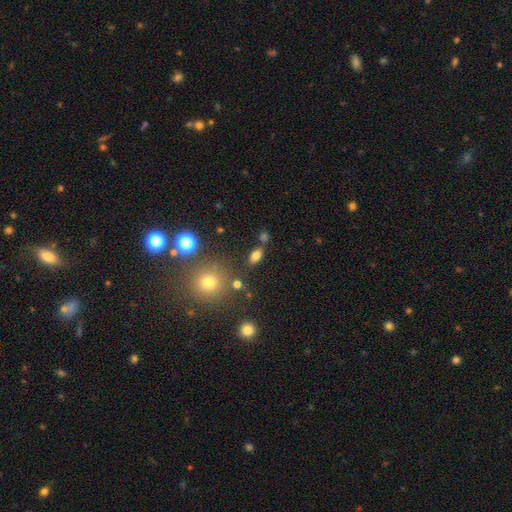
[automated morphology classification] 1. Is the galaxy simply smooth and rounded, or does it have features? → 77% smooth, 13% star or artifact, 10% featured or disk.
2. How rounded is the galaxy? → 85% in between, 9% round, 5% cigar-shaped.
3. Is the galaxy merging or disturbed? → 73% none, 12% minor disturbance, 11% merger, 4% major disturbance.